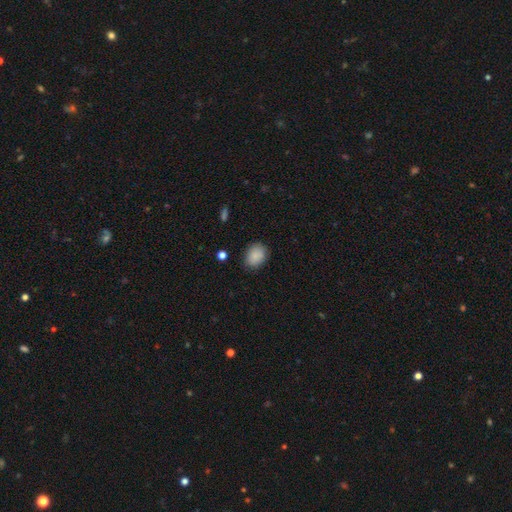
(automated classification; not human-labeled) smooth-or-featured: smooth: 88% | star or artifact: 8% | featured or disk: 4%
  how-rounded: in between: 59% | round: 40% | cigar-shaped: 1%
  merging: none: 83% | minor disturbance: 13% | major disturbance: 3% | merger: 1%